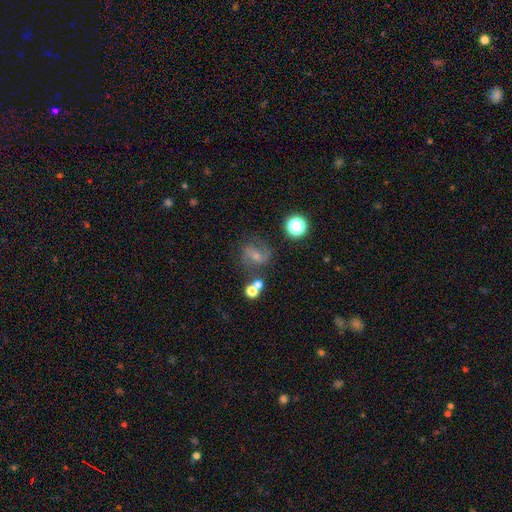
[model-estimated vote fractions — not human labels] smooth-or-featured: featured or disk: 67% | smooth: 17% | star or artifact: 17%
  disk-edge-on: no: 97% | yes: 3%
    bar: weak: 47% | no: 31% | strong: 22%
    has-spiral-arms: yes: 92% | no: 8%
      spiral-winding: medium: 50% | loose: 27% | tight: 23%
      spiral-arm-count: 2: 84% | can't tell: 8% | 1: 4% | 3: 2% | 4: 1% | more than 4: 1%
    bulge-size: small: 55% | moderate: 37% | none: 4% | large: 2% | dominant: 1%
  merging: none: 72% | minor disturbance: 14% | major disturbance: 8% | merger: 6%